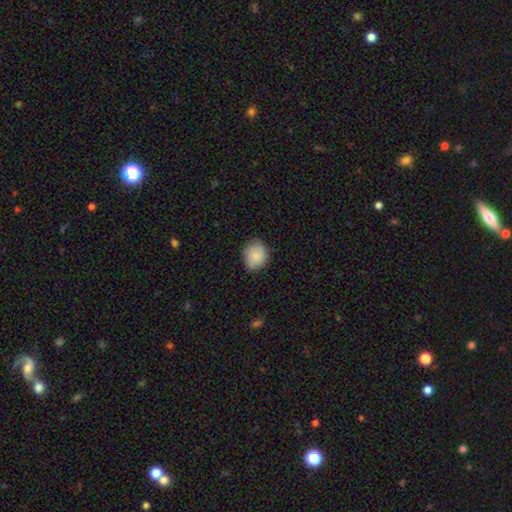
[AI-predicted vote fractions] A smooth galaxy with no disk features (85%) that is round (60%). Merging: none (77%).